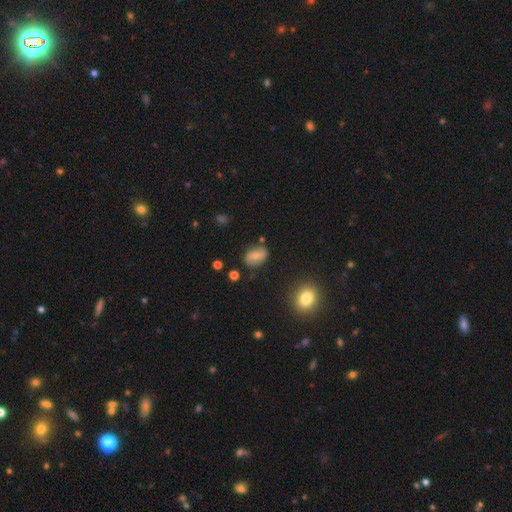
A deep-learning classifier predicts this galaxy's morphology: Smooth or featured? Predicted: smooth (p=0.65). How rounded? Predicted: in between (p=0.78). Merging? Predicted: none (p=0.75).